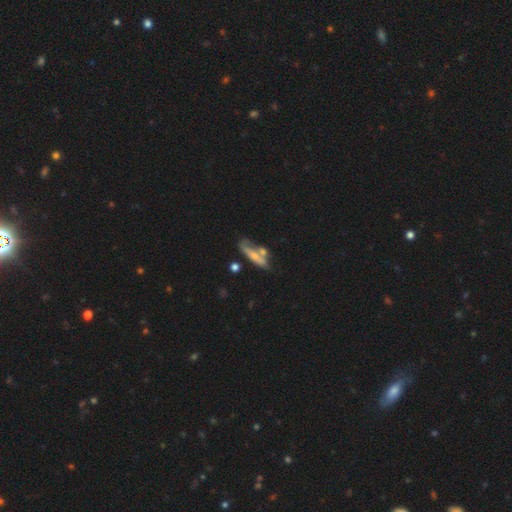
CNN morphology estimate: A smooth galaxy with no disk features (52%) that is cigar-shaped (65%).

Vote fractions:
- Smooth or featured? smooth: 52% / featured or disk: 41% / star or artifact: 7%
- How rounded? cigar-shaped: 65% / in between: 31% / round: 4%
- Merging? none: 42% / merger: 29% / minor disturbance: 19% / major disturbance: 10%